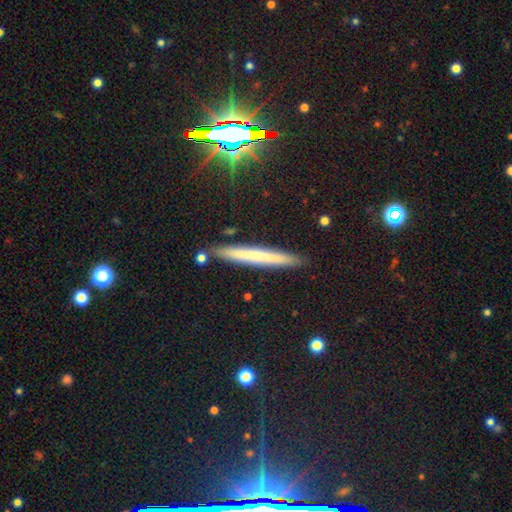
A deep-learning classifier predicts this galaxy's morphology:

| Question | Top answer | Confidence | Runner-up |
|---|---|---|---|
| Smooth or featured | smooth | 57% | featured or disk (31%) |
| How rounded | cigar-shaped | 96% | in between (2%) |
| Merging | none | 90% | minor disturbance (7%) |